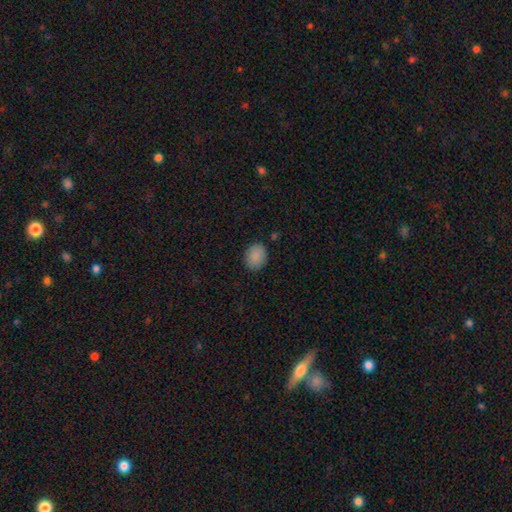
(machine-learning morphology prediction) This is clearly a smooth galaxy (88%). How rounded: possibly in between (53%). Merging: clearly none (86%).